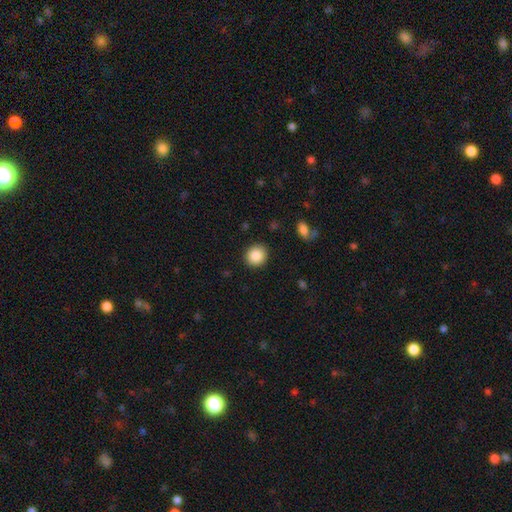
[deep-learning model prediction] This is clearly a smooth galaxy (87%). How rounded: clearly round (84%). Merging: clearly none (90%).